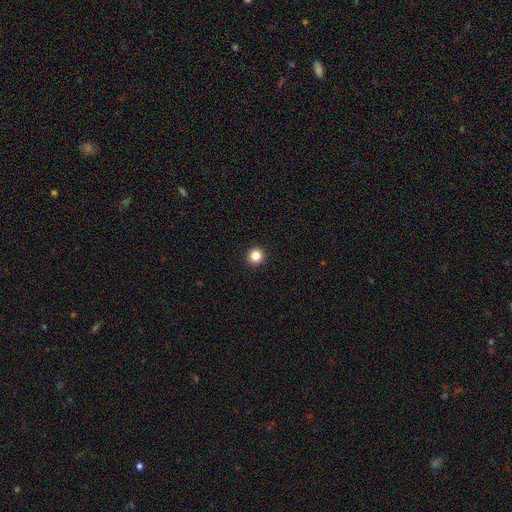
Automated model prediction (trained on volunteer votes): Smooth or featured?
  - smooth: 85% *
  - star or artifact: 11%
  - featured or disk: 4%
How rounded?
  - round: 96% *
  - in between: 3%
  - cigar-shaped: 1%
Merging?
  - none: 94% *
  - minor disturbance: 4%
  - major disturbance: 1%
  - merger: 1%